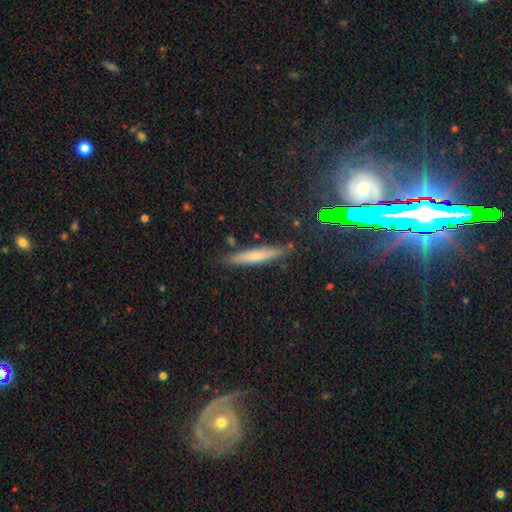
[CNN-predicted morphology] type=smooth (56%); roundness=cigar-shaped (91%); merging=none (85%).